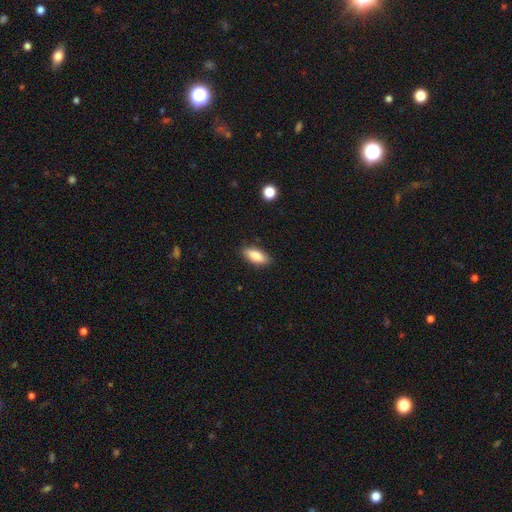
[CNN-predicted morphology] This appears to be a smooth galaxy with no disk features (84%) that is in between round and cigar-shaped (80%). Merging: none (87%).